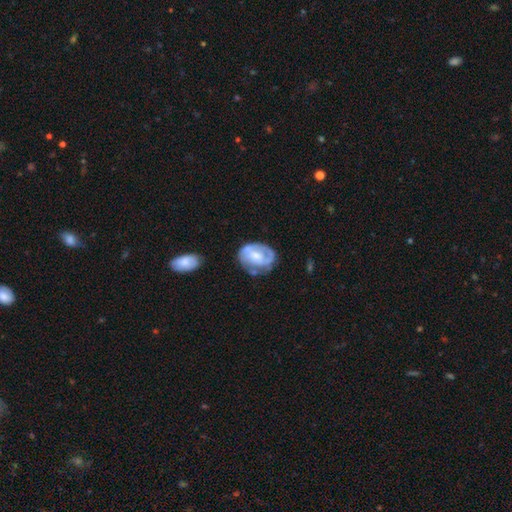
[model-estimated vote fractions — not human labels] Smooth or featured?
  - featured or disk: 65% *
  - smooth: 29%
  - star or artifact: 6%
Edge-on disk?
  - no: 97% *
  - yes: 3%
Bar?
  - no: 58% *
  - weak: 32%
  - strong: 9%
Spiral arms?
  - yes: 65% *
  - no: 35%
Bulge size?
  - moderate: 51% *
  - small: 37%
  - large: 6%
  - none: 4%
  - dominant: 1%
Merging?
  - none: 51% *
  - minor disturbance: 28%
  - major disturbance: 13%
  - merger: 8%